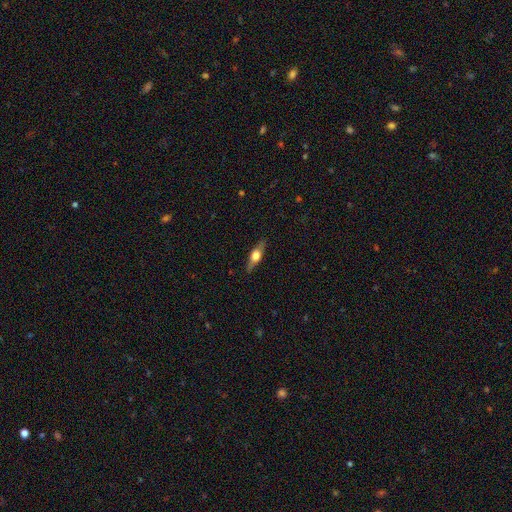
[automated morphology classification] A featured or disk galaxy (57%) viewed edge-on (93%) with a rounded central bulge (93%). Merging: none (86%).